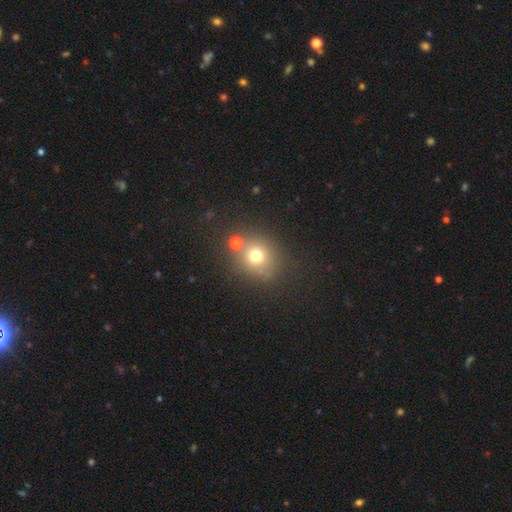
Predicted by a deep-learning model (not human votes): A smooth galaxy with no disk features (71%) that is round (84%).

Vote fractions:
- Smooth or featured? smooth: 71% / star or artifact: 18% / featured or disk: 11%
- How rounded? round: 84% / in between: 15% / cigar-shaped: 1%
- Merging? none: 70% / merger: 15% / minor disturbance: 10% / major disturbance: 5%